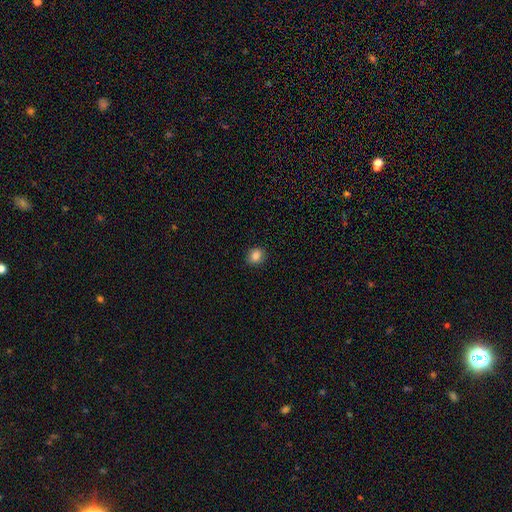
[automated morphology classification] smooth 85%, star or artifact 10%, featured or disk 5%. Down the decision tree: how rounded — round (73%); merging — none (90%).